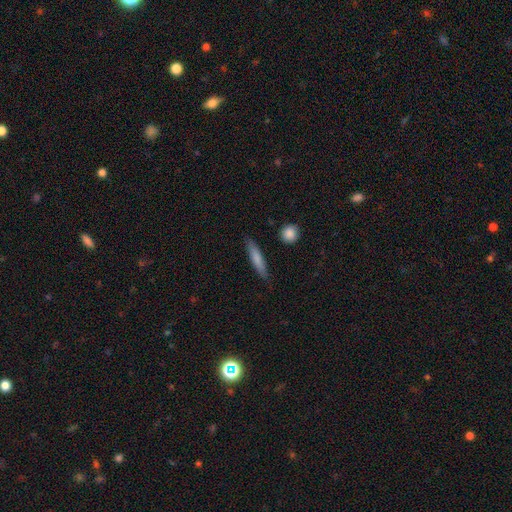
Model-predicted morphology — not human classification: smooth 73%, featured or disk 21%, star or artifact 6%. Down the decision tree: how rounded — cigar-shaped (88%); merging — none (85%).